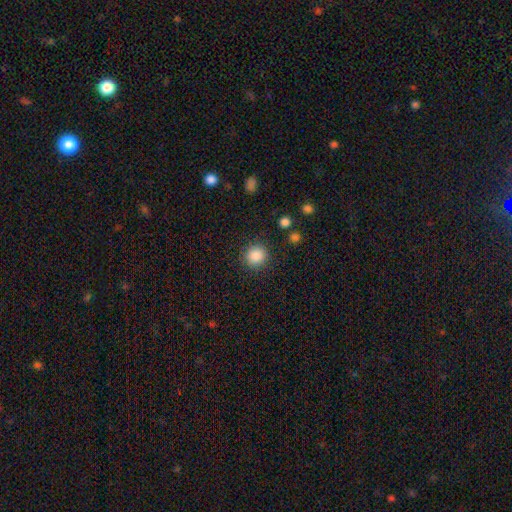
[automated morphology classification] type=smooth (87%); roundness=round (89%); merging=none (89%).